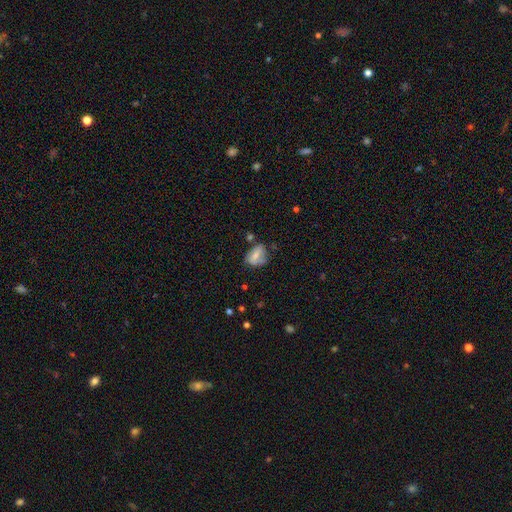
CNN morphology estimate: The model was most divided on "merging": none: 47%, minor disturbance: 32%, major disturbance: 14%, merger: 7%. More confident: how rounded — in between (74%); smooth or featured — smooth (58%).